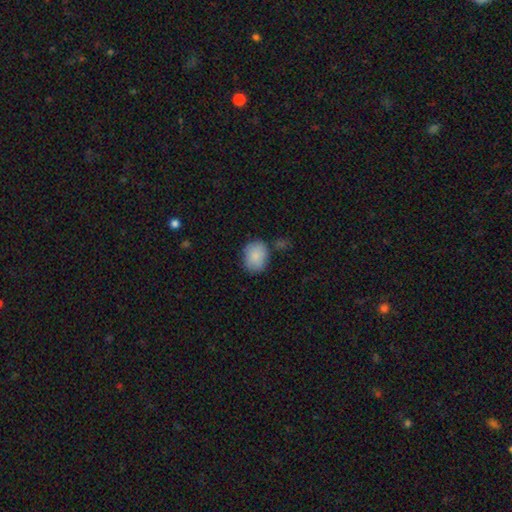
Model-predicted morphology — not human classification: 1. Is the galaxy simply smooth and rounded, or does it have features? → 86% smooth, 7% featured or disk, 7% star or artifact.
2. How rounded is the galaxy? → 52% in between, 48% round, 1% cigar-shaped.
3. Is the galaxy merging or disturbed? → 71% none, 18% minor disturbance, 7% merger, 5% major disturbance.